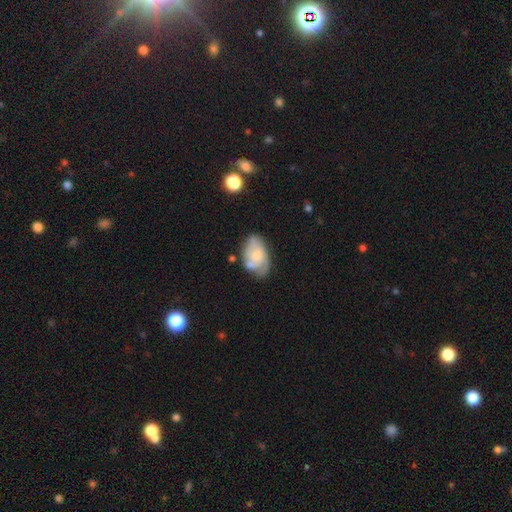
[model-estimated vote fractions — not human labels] smooth_or_featured: featured or disk (p=0.64) [alt: smooth p=0.30]
disk_edge_on: no (p=0.97) [alt: yes p=0.03]
bar: no (p=0.71) [alt: weak p=0.26]
has_spiral_arms: yes (p=0.83) [alt: no p=0.17]
spiral_winding: tight (p=0.46) [alt: medium p=0.40]
spiral_arm_count: can't tell (p=0.33) [alt: 2 p=0.31]
bulge_size: small (p=0.42) [alt: moderate p=0.41]
merging: none (p=0.55) [alt: minor disturbance p=0.28]